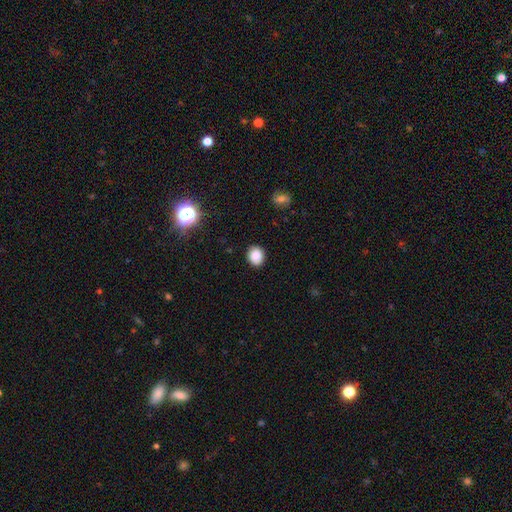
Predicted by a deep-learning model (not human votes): smooth_or_featured: smooth (p=0.85) [alt: star or artifact p=0.10]
how_rounded: round (p=0.63) [alt: in between p=0.36]
merging: none (p=0.88) [alt: minor disturbance p=0.09]